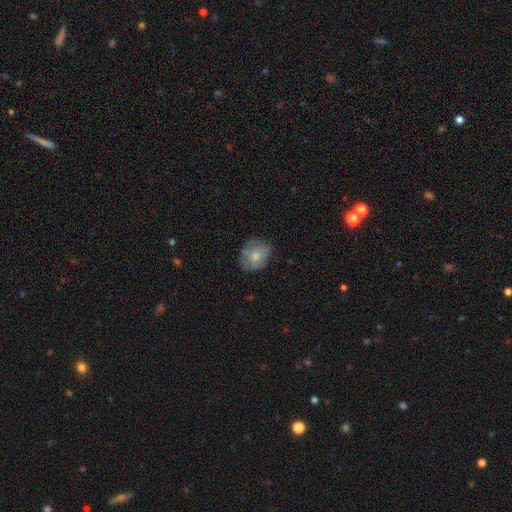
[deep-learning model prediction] smooth-or-featured: smooth: 69% | featured or disk: 24% | star or artifact: 7%
  how-rounded: round: 63% | in between: 36% | cigar-shaped: 1%
  merging: none: 69% | minor disturbance: 23% | major disturbance: 6% | merger: 1%